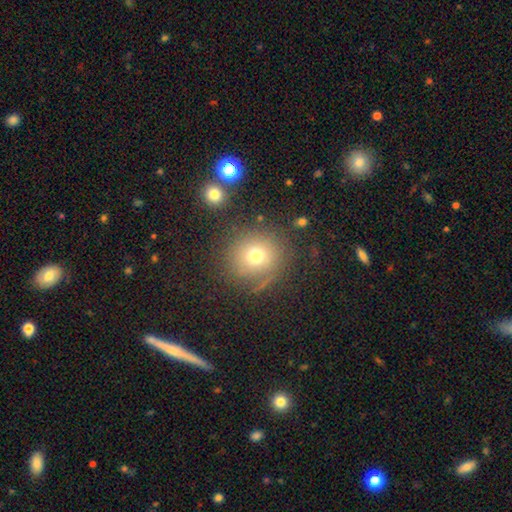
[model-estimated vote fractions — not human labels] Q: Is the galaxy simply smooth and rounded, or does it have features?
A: smooth — 71%.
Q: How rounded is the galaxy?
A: round — 89%.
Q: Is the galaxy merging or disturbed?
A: none — 78%.